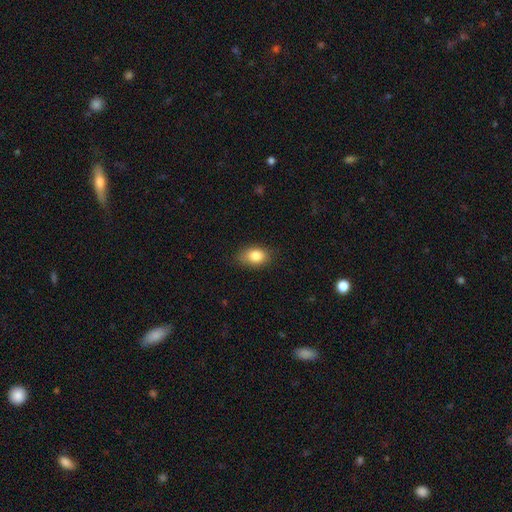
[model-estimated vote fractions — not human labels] The model was most divided on "merging": none: 80%, minor disturbance: 16%, major disturbance: 3%, merger: 1%. More confident: smooth or featured — smooth (84%); how rounded — in between (83%).